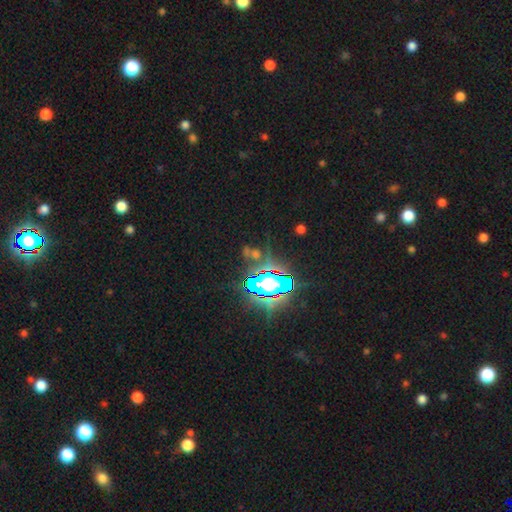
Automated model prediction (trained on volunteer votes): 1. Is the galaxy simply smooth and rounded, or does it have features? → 73% star or artifact, 14% smooth, 14% featured or disk.